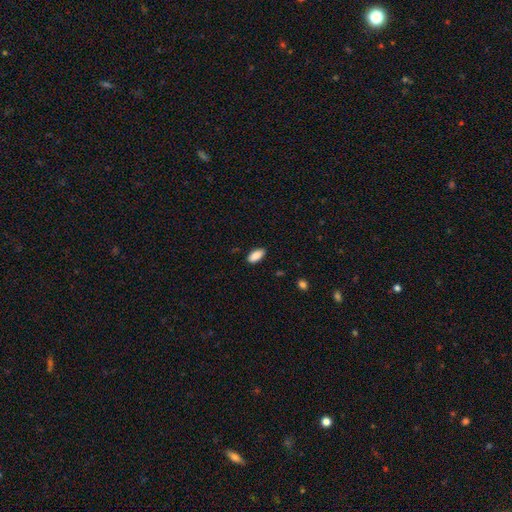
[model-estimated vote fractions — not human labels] smooth-or-featured: smooth: 89% | star or artifact: 7% | featured or disk: 4%
  how-rounded: in between: 91% | cigar-shaped: 7% | round: 2%
  merging: none: 87% | minor disturbance: 10% | major disturbance: 2% | merger: 1%